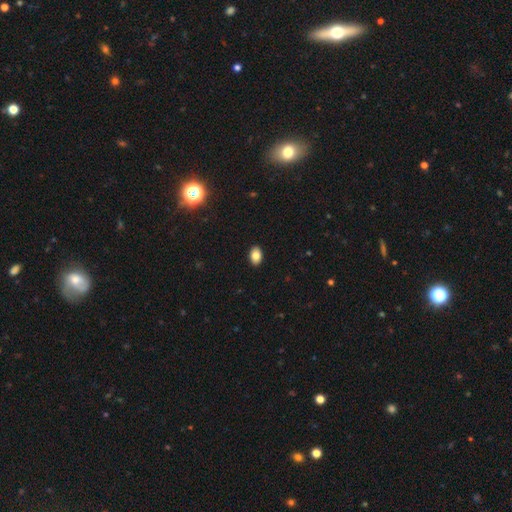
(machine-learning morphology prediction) smooth_or_featured: smooth (p=0.84) [alt: star or artifact p=0.09]
how_rounded: in between (p=0.87) [alt: round p=0.12]
merging: none (p=0.90) [alt: minor disturbance p=0.07]